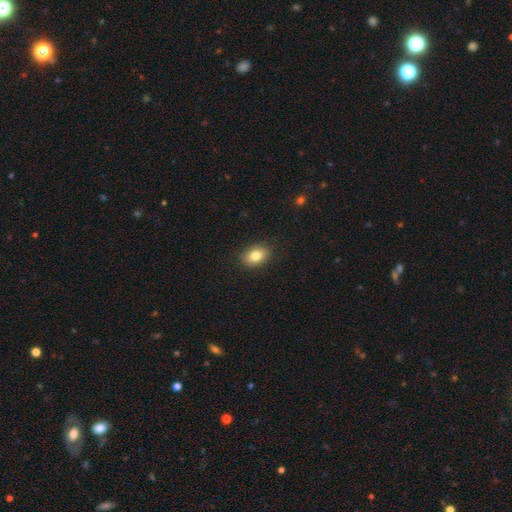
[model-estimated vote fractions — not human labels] Smooth or featured? smooth (81%)
How rounded? in between (78%)
Merging? none (88%)